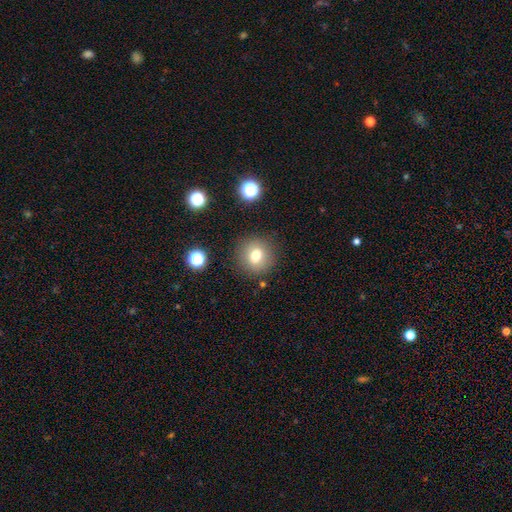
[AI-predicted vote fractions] Overall: smooth (74%). How rounded: round (86%). Merging: none (86%).